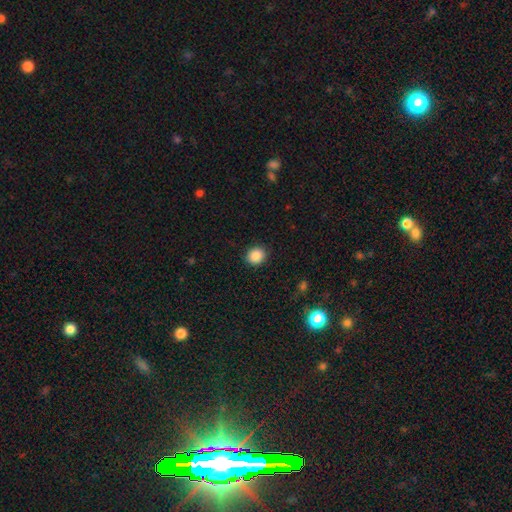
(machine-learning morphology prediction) type=smooth (88%); roundness=round (79%); merging=none (90%).